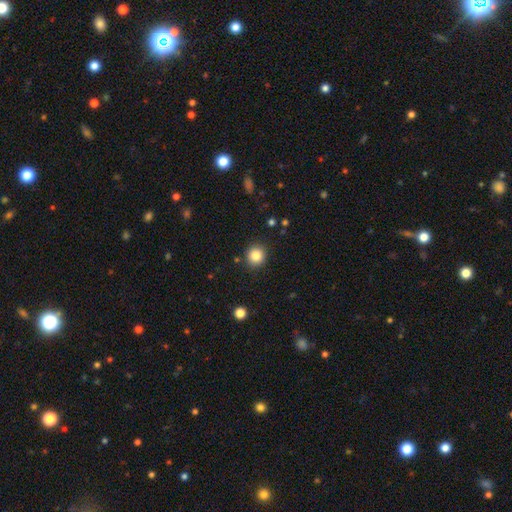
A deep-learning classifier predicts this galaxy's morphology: type=smooth (84%); roundness=round (88%); merging=none (90%).